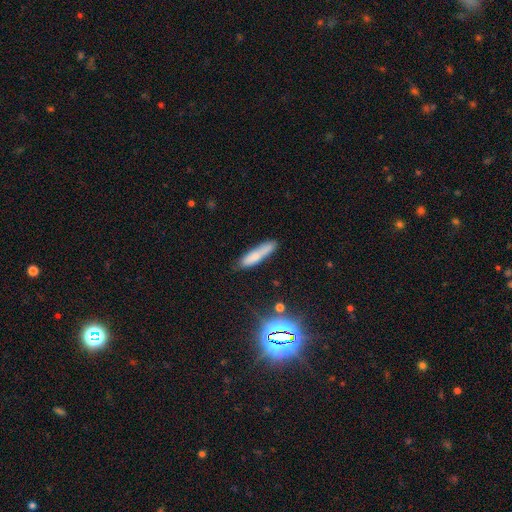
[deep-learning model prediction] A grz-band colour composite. It shows a smooth galaxy with no disk features (71%) that is cigar-shaped (79%). Merging: none (70%).